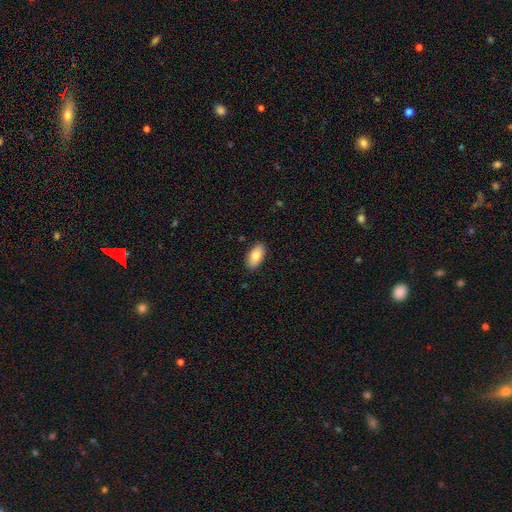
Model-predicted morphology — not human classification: Overall: smooth (81%). How rounded: in between (93%). Merging: none (88%).